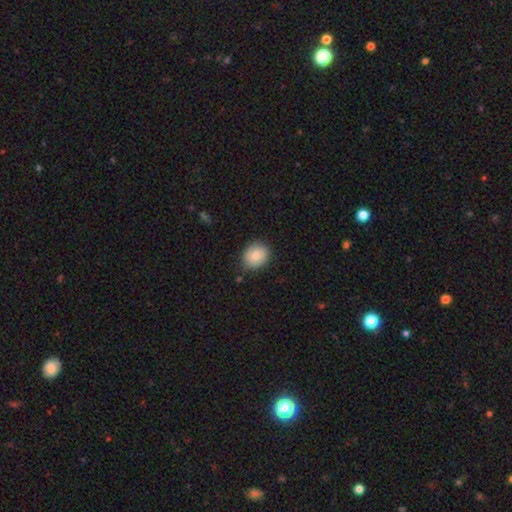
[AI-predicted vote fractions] Smooth or featured?
  - smooth: 79% *
  - featured or disk: 13%
  - star or artifact: 8%
How rounded?
  - round: 64% *
  - in between: 35%
  - cigar-shaped: 1%
Merging?
  - none: 84% *
  - minor disturbance: 12%
  - major disturbance: 2%
  - merger: 1%